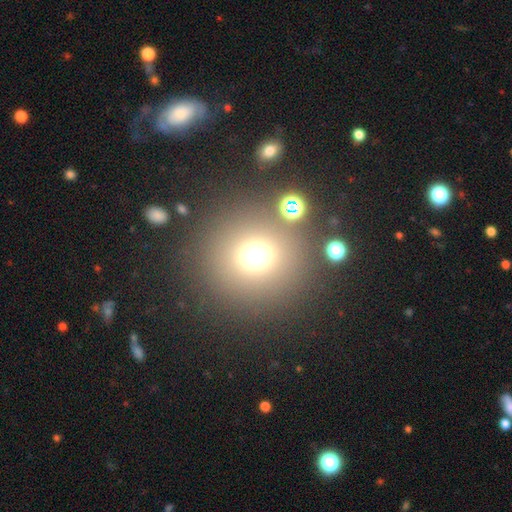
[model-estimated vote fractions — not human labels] Smooth or featured?
  - smooth: 66% *
  - star or artifact: 25%
  - featured or disk: 9%
How rounded?
  - round: 92% *
  - in between: 7%
  - cigar-shaped: 1%
Merging?
  - none: 79% *
  - merger: 8%
  - minor disturbance: 8%
  - major disturbance: 5%